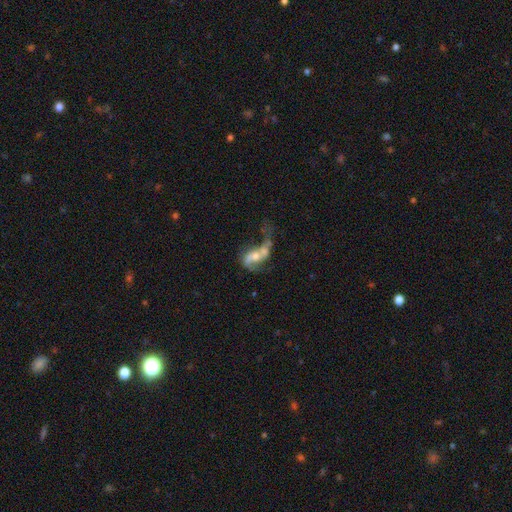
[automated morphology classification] featured or disk 62%, smooth 29%, star or artifact 9%. Down the decision tree: edge-on disk — no (95%); bar — no (64%); spiral arms — yes (64%); bulge size — moderate (45%); merging — merger (41%).